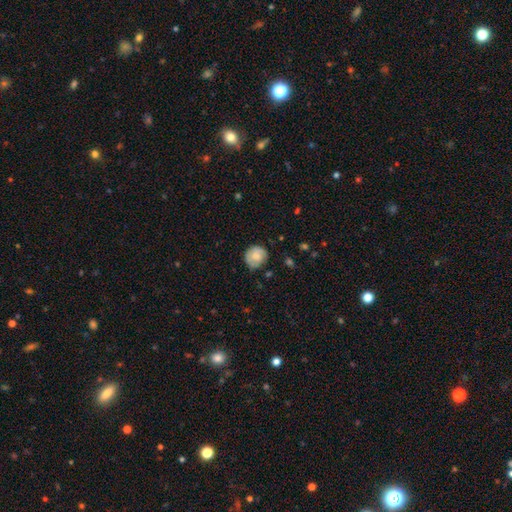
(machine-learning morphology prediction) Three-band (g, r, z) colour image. It shows a smooth galaxy with no disk features (63%) that is round (82%). Merging: none (69%).